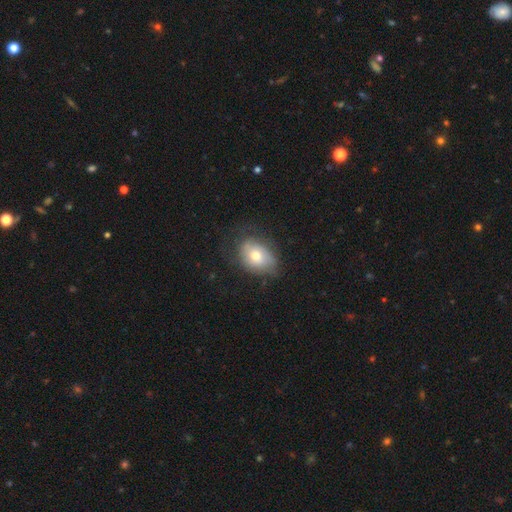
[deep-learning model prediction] smooth 62%, featured or disk 29%, star or artifact 8%. Down the decision tree: how rounded — in between (70%); merging — none (63%).